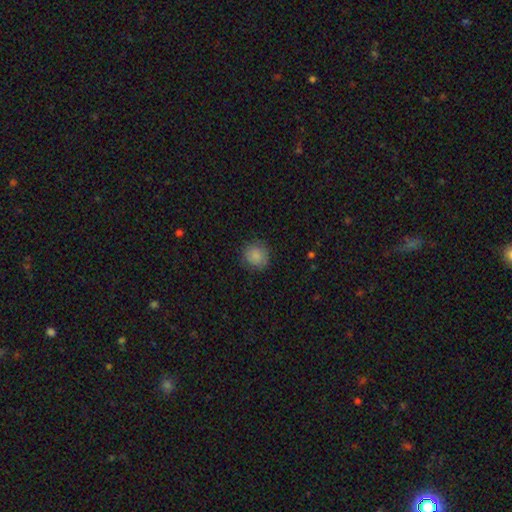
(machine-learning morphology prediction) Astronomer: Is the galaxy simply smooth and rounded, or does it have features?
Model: smooth — 86%.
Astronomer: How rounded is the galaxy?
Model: round — 89%.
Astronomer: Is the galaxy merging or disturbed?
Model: none — 85%.